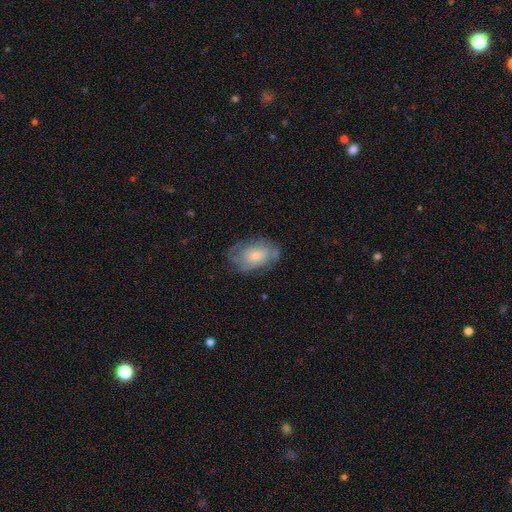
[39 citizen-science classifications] smooth_or_featured: smooth (p=0.49) [alt: featured or disk p=0.46]
how_rounded: in between (p=0.84) [alt: round p=0.11]
merging: none (p=0.62) [alt: minor disturbance p=0.30]